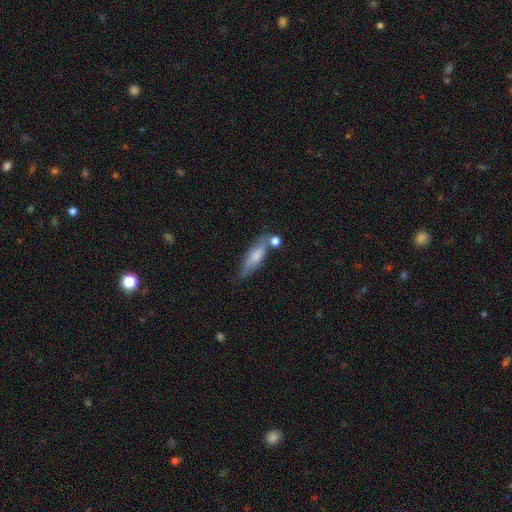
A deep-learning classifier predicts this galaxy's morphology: Smooth or featured: smooth — 60% (featured or disk — 33%)
How rounded: cigar-shaped — 56% (in between — 41%)
Merging: none — 58% (minor disturbance — 21%)